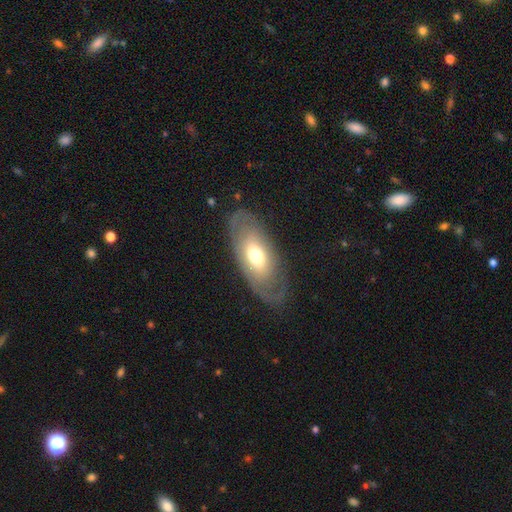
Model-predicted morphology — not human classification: smooth_or_featured: featured or disk (p=0.48) [alt: smooth p=0.45]
merging: none (p=0.74) [alt: minor disturbance p=0.16]